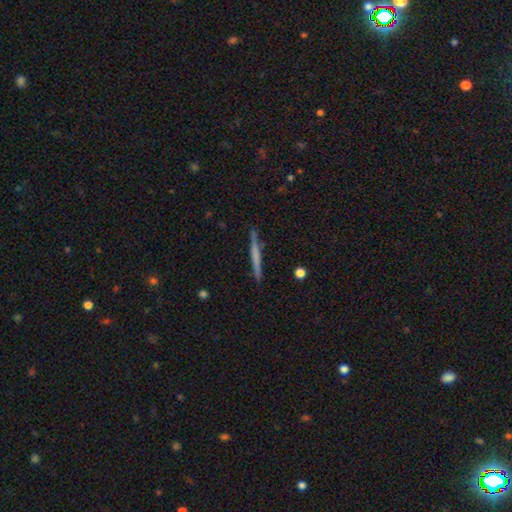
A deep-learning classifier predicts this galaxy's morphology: A smooth galaxy with no disk features (52%) that is cigar-shaped (96%).

Vote fractions:
- Smooth or featured? smooth: 52% / featured or disk: 42% / star or artifact: 6%
- How rounded? cigar-shaped: 96% / in between: 2% / round: 2%
- Merging? none: 90% / minor disturbance: 7% / merger: 1% / major disturbance: 1%